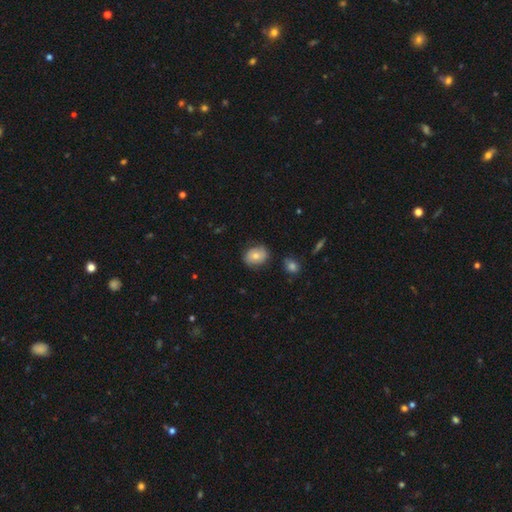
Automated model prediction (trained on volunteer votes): This appears to be a smooth galaxy with no disk features (72%) that is in between round and cigar-shaped (57%). Merging: none (79%).